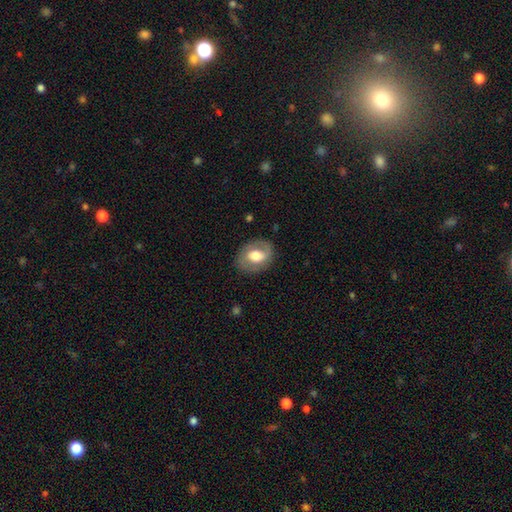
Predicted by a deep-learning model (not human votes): Morphology: type=featured or disk (51%); edge-on=no (95%); merging=none (80%).